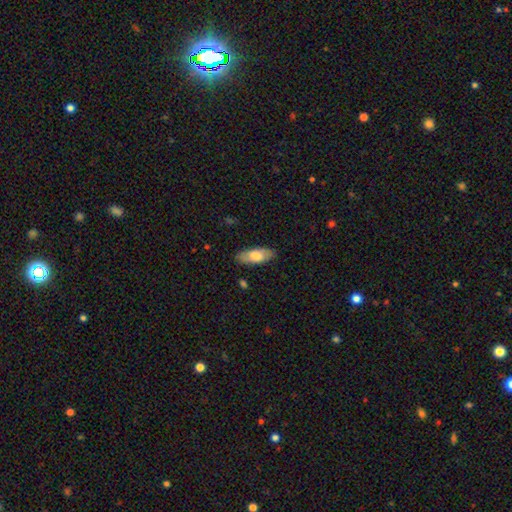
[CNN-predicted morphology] smooth 69%, featured or disk 25%, star or artifact 6%. Down the decision tree: how rounded — in between (81%); merging — none (84%).